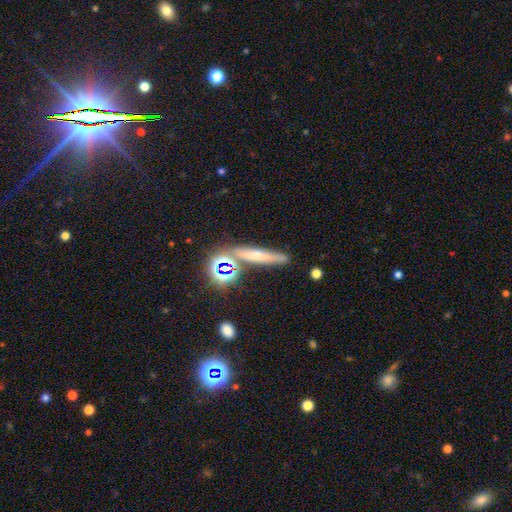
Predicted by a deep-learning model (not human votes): This is possibly a smooth galaxy (47%). Merging: likely none (78%).